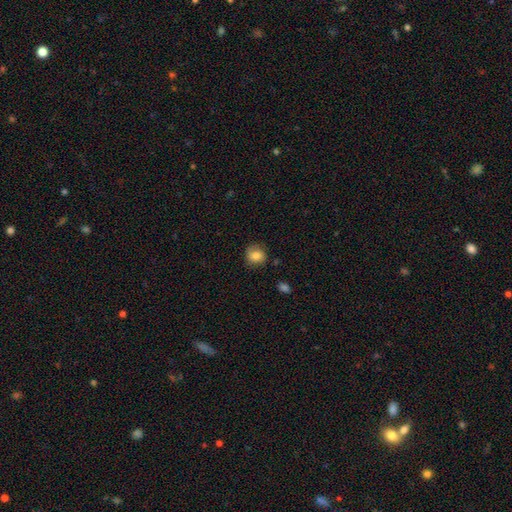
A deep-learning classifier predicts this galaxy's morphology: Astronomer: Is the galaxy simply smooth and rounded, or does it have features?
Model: smooth — 81%.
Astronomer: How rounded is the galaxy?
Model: round — 79%.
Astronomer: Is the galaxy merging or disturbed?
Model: none — 79%.